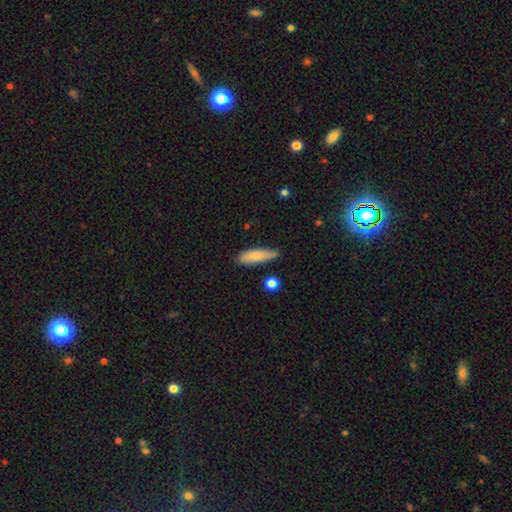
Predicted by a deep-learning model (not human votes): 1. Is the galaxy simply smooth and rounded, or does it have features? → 80% smooth, 14% featured or disk, 6% star or artifact.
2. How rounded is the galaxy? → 55% cigar-shaped, 43% in between, 2% round.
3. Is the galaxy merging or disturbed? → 74% none, 20% minor disturbance, 3% major disturbance, 3% merger.